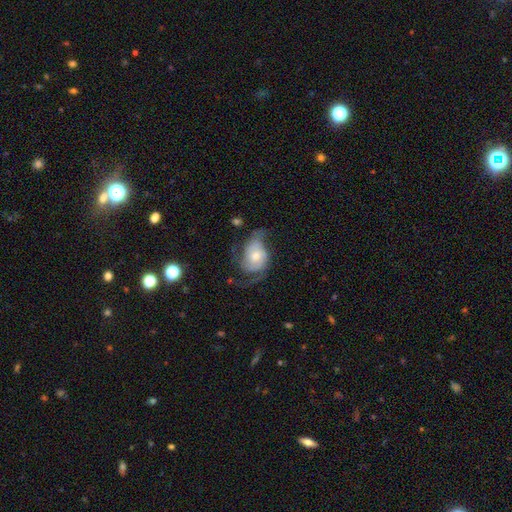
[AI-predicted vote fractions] This is likely a featured or disk galaxy (79%). It is clearly not viewed edge-on (97%). Bar: likely no (71%). Spiral arm pattern: clearly yes (94%). Spiral arm count: possibly 2 (55%). Spiral winding: marginally medium (44%). Central bulge: possibly moderate (54%). Merging: possibly none (52%).